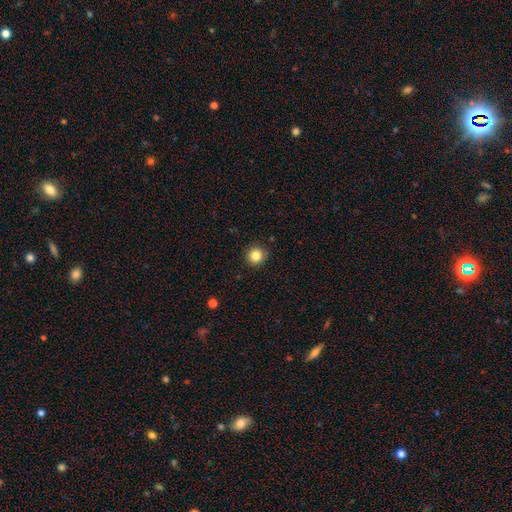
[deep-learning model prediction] This is clearly a smooth galaxy (84%). How rounded: clearly round (94%). Merging: clearly none (90%).